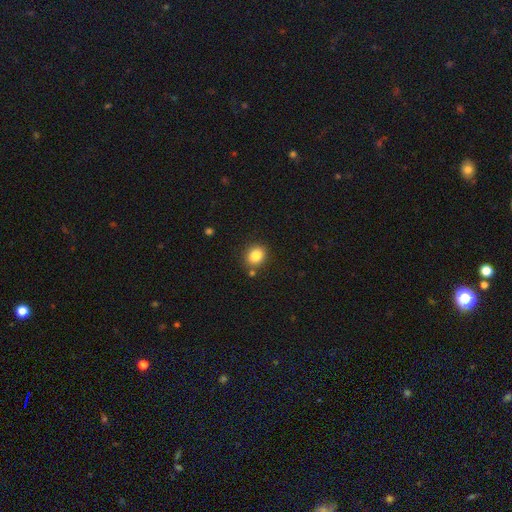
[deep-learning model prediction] A smooth galaxy with no disk features (84%) that is round (58%).

Vote fractions:
- Smooth or featured? smooth: 84% / star or artifact: 10% / featured or disk: 6%
- How rounded? round: 58% / in between: 41% / cigar-shaped: 1%
- Merging? none: 82% / minor disturbance: 10% / merger: 5% / major disturbance: 3%